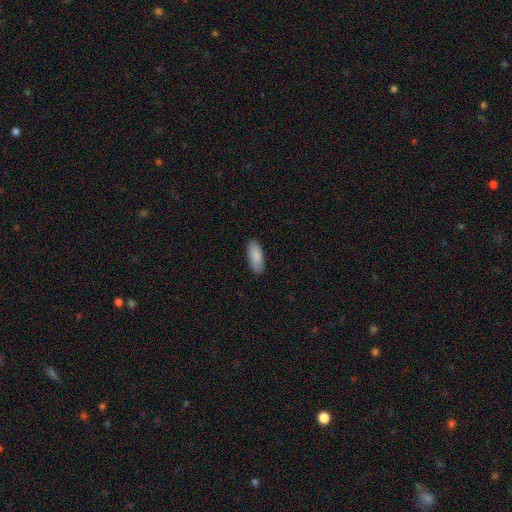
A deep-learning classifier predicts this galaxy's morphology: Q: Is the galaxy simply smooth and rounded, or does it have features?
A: smooth — 89%.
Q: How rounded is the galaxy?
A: in between — 80%.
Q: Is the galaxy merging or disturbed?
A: none — 89%.